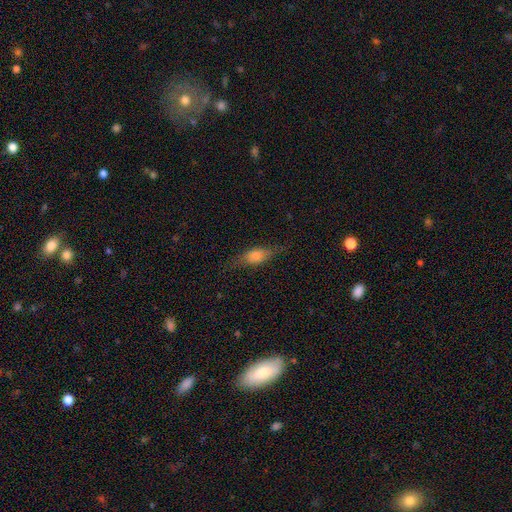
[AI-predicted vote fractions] smooth_or_featured: smooth (p=0.52) [alt: featured or disk p=0.39]
how_rounded: in between (p=0.58) [alt: cigar-shaped p=0.35]
merging: none (p=0.74) [alt: minor disturbance p=0.18]